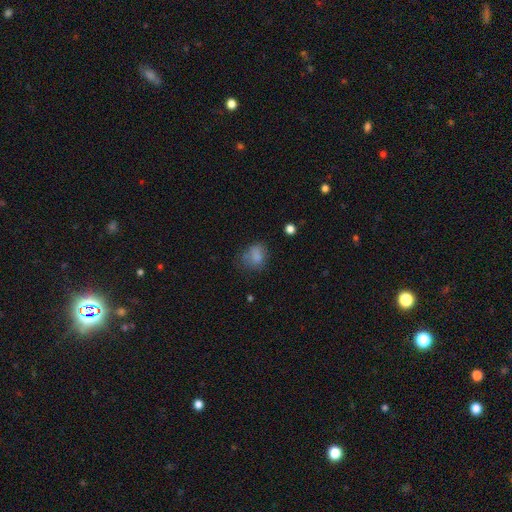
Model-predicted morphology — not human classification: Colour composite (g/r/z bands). It shows a smooth galaxy with no disk features (76%) that is in between round and cigar-shaped (51%). Merging: none (53%).